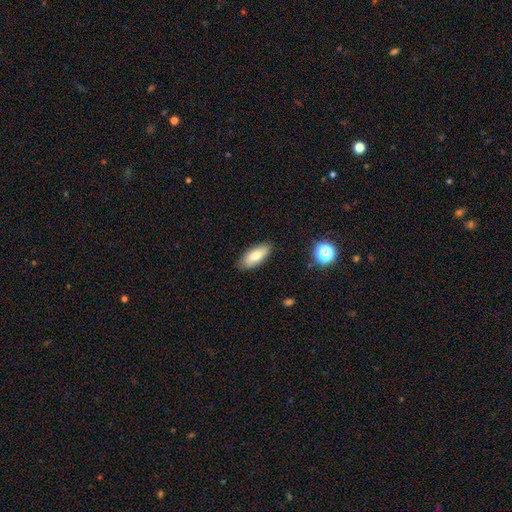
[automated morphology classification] type=smooth (75%); roundness=in between (81%); merging=none (85%).